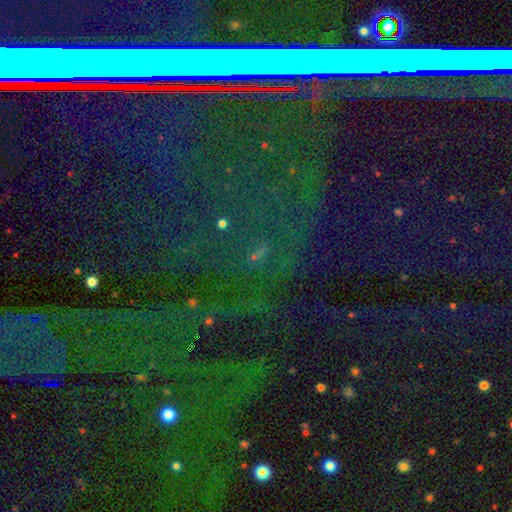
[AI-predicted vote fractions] A star or artifact, not a galaxy (83%).

Vote fractions:
- Smooth or featured? star or artifact: 83% / smooth: 9% / featured or disk: 8%